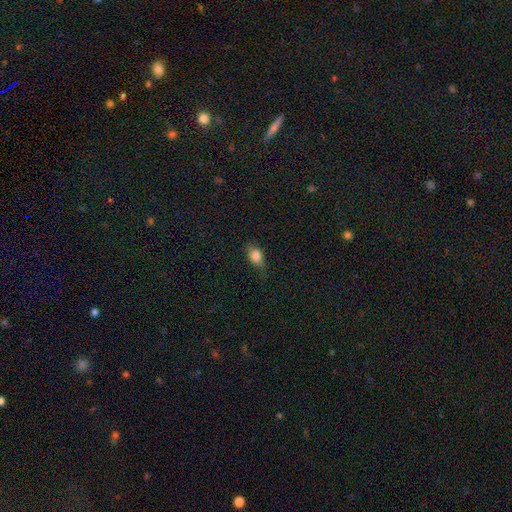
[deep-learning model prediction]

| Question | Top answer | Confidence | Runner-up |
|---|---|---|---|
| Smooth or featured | smooth | 83% | star or artifact (9%) |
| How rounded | in between | 80% | round (16%) |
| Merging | none | 68% | minor disturbance (24%) |